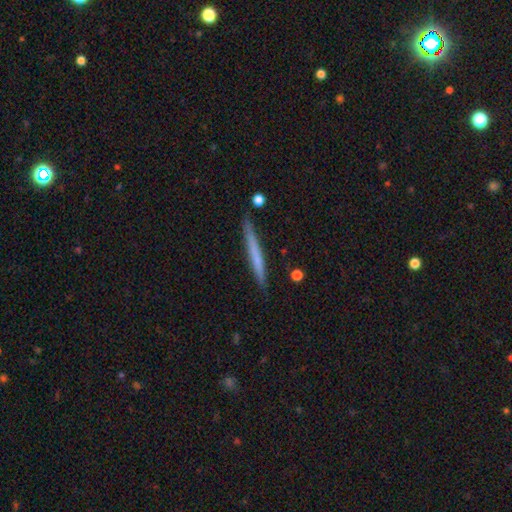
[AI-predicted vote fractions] Q: Smooth or featured?
A: smooth (56%); runner-up: featured or disk (39%)
Q: How rounded?
A: cigar-shaped (97%); runner-up: in between (2%)
Q: Merging?
A: none (87%); runner-up: minor disturbance (9%)